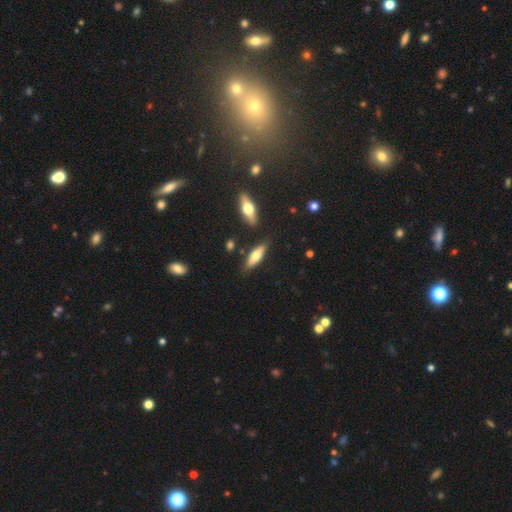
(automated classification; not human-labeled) Smooth or featured?
  - smooth: 58% *
  - featured or disk: 35%
  - star or artifact: 7%
How rounded?
  - cigar-shaped: 52% *
  - in between: 46%
  - round: 2%
Merging?
  - none: 79% *
  - minor disturbance: 13%
  - merger: 5%
  - major disturbance: 3%